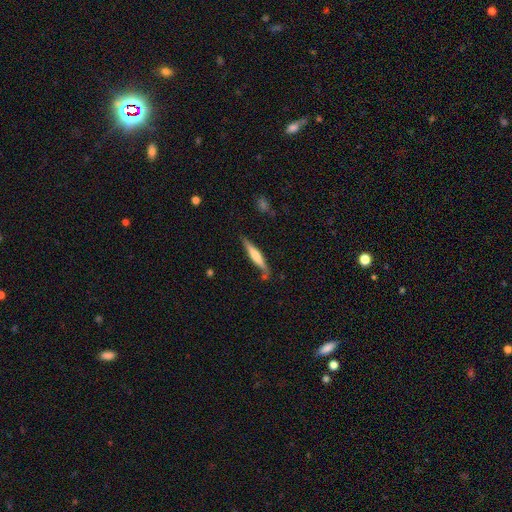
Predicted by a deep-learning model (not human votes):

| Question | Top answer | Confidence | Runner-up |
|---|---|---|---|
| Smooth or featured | smooth | 52% | featured or disk (42%) |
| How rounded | cigar-shaped | 91% | in between (8%) |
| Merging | none | 75% | minor disturbance (17%) |